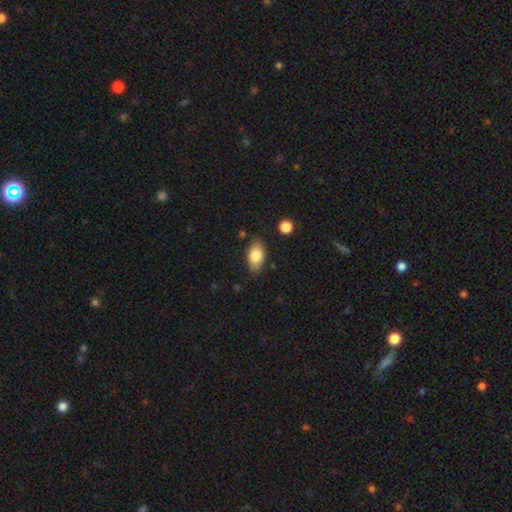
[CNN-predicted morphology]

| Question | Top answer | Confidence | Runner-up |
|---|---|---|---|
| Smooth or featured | smooth | 80% | featured or disk (13%) |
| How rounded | in between | 91% | round (5%) |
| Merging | none | 83% | minor disturbance (13%) |